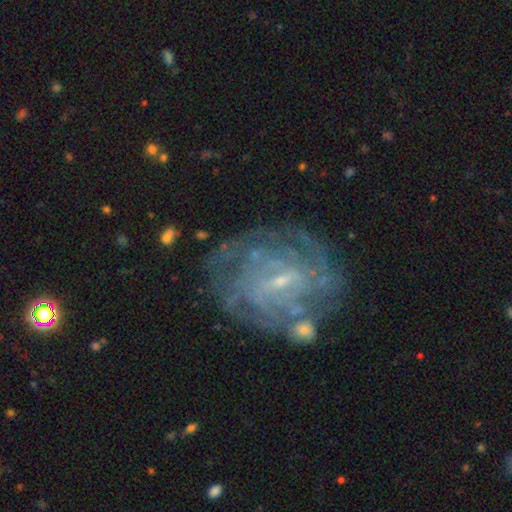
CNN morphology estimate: type=featured or disk (83%); edge-on=no (97%); bar=weak (54%); spiral arms=yes (86%); winding=tight (63%); arm count=can't tell (48%); bulge=small (75%); merging=none (59%).